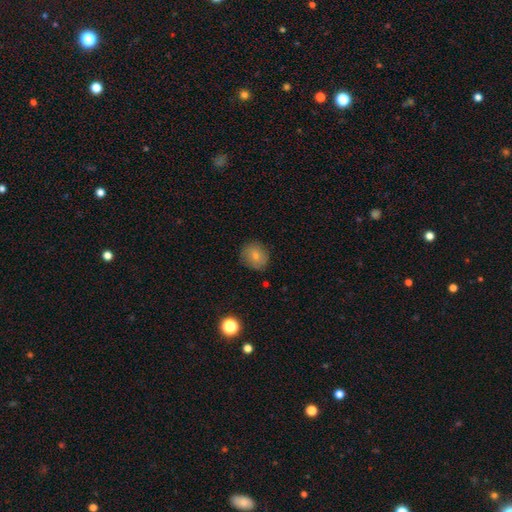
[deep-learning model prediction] Smooth or featured?
  - smooth: 75% *
  - featured or disk: 15%
  - star or artifact: 10%
How rounded?
  - round: 81% *
  - in between: 18%
  - cigar-shaped: 1%
Merging?
  - none: 81% *
  - minor disturbance: 14%
  - major disturbance: 3%
  - merger: 1%